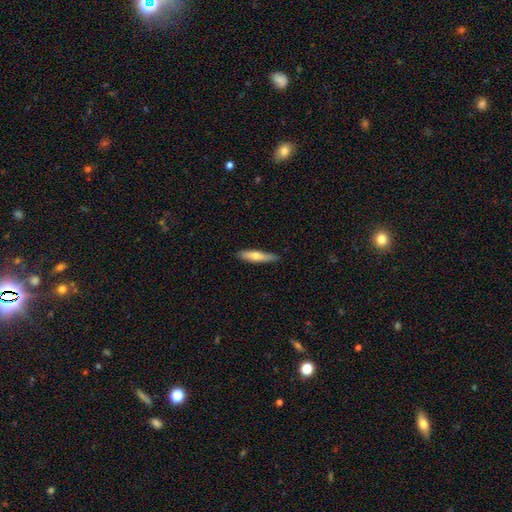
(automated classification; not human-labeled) A smooth galaxy with no disk features (64%) that is cigar-shaped (78%).

Vote fractions:
- Smooth or featured? smooth: 64% / featured or disk: 31% / star or artifact: 6%
- How rounded? cigar-shaped: 78% / in between: 20% / round: 2%
- Merging? none: 82% / minor disturbance: 15% / major disturbance: 2% / merger: 1%